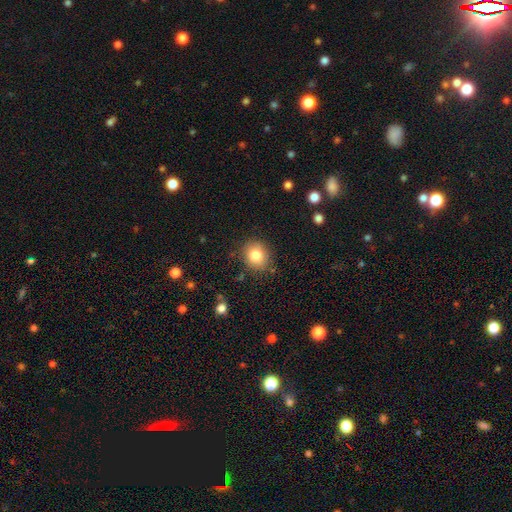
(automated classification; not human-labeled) Overall: smooth (81%). How rounded: round (71%). Merging: none (85%).